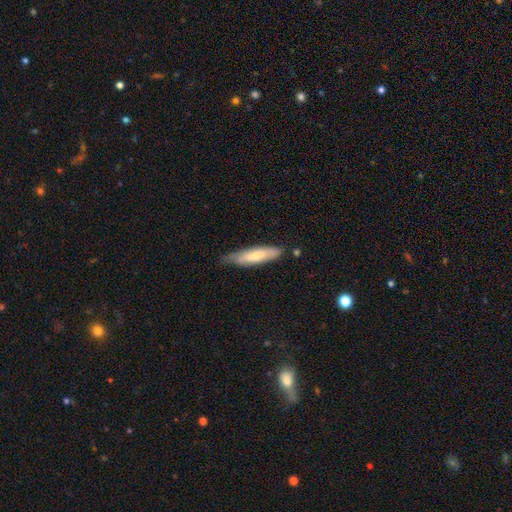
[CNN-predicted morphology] Smooth or featured?
  - smooth: 61% *
  - featured or disk: 34%
  - star or artifact: 6%
How rounded?
  - cigar-shaped: 69% *
  - in between: 29%
  - round: 1%
Merging?
  - none: 67% *
  - minor disturbance: 26%
  - major disturbance: 5%
  - merger: 2%